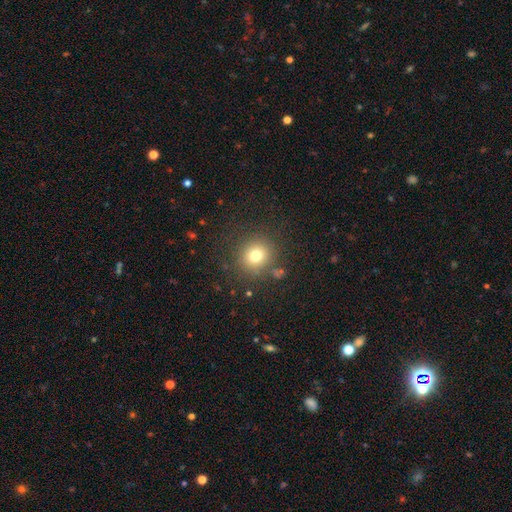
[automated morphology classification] Smooth or featured?
  - smooth: 75% *
  - star or artifact: 15%
  - featured or disk: 10%
How rounded?
  - round: 88% *
  - in between: 11%
  - cigar-shaped: 1%
Merging?
  - none: 84% *
  - minor disturbance: 9%
  - major disturbance: 4%
  - merger: 3%